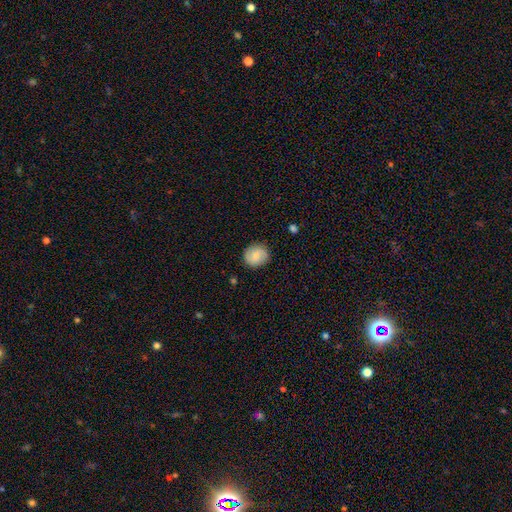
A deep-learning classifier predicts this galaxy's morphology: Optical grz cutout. It shows a smooth galaxy with no disk features (66%) that is round (82%). Merging: none (86%).